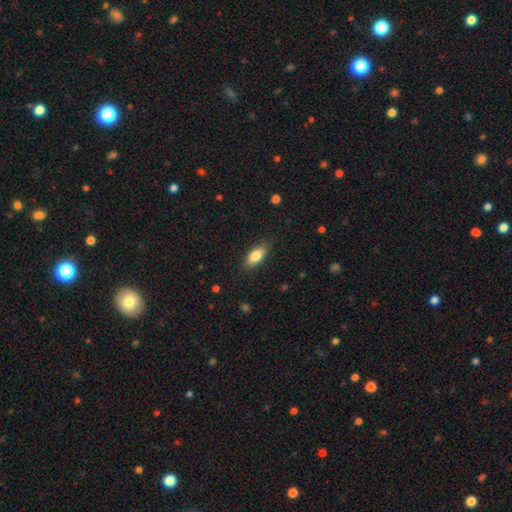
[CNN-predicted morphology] Smooth or featured? Predicted: smooth (p=0.82). How rounded? Predicted: in between (p=0.83). Merging? Predicted: none (p=0.83).